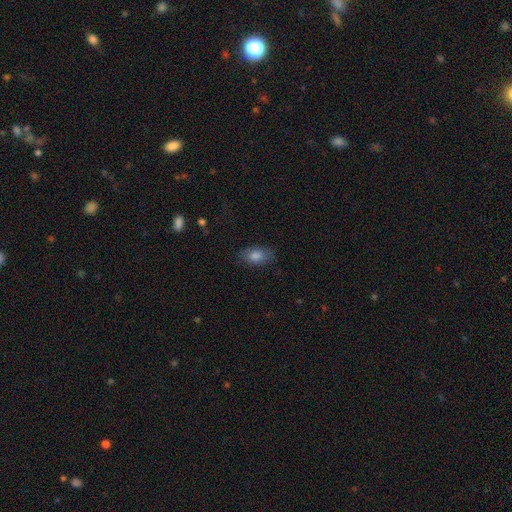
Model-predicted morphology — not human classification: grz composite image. It shows a smooth galaxy with no disk features (82%) that is in between round and cigar-shaped (90%). Merging: none (82%).